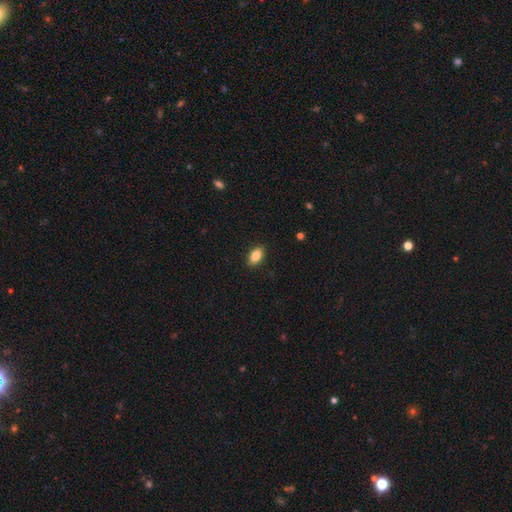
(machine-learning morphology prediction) Smooth or featured?
  - smooth: 84% *
  - featured or disk: 8%
  - star or artifact: 7%
How rounded?
  - in between: 90% *
  - round: 5%
  - cigar-shaped: 4%
Merging?
  - none: 89% *
  - minor disturbance: 8%
  - major disturbance: 2%
  - merger: 1%